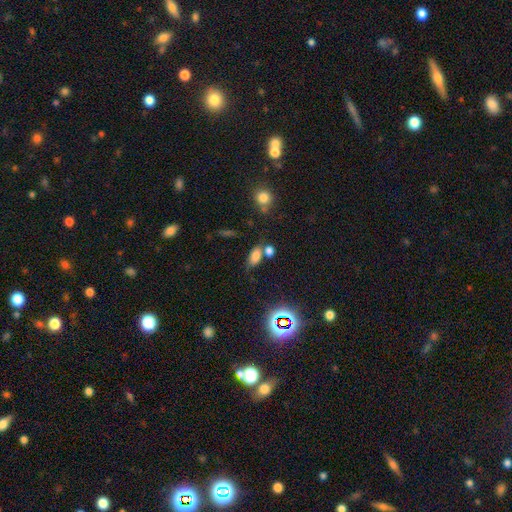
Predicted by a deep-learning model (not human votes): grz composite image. It shows a smooth galaxy with no disk features (73%) that is in between round and cigar-shaped (88%). Merging: none (52%).